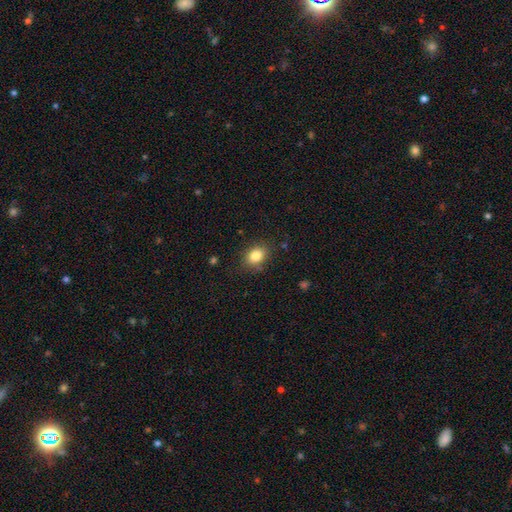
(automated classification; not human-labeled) This is clearly a smooth galaxy (84%). How rounded: likely in between (66%). Merging: clearly none (83%).